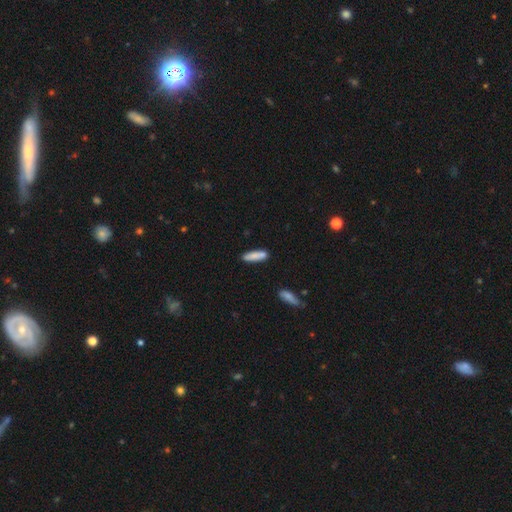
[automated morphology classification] Overall: smooth (83%). How rounded: cigar-shaped (70%). Merging: none (79%).